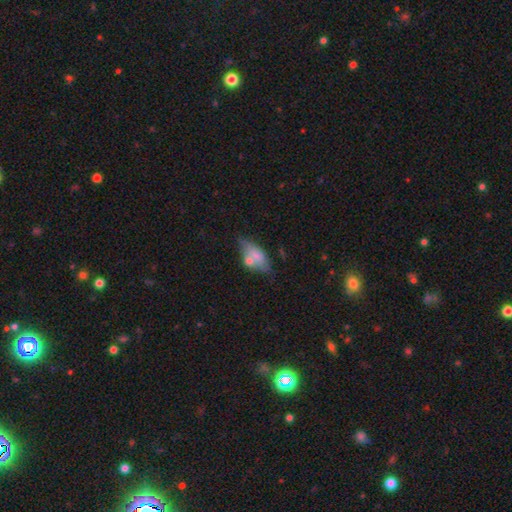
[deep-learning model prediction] Smooth or featured? smooth (62%)
How rounded? in between (86%)
Merging? none (39%)